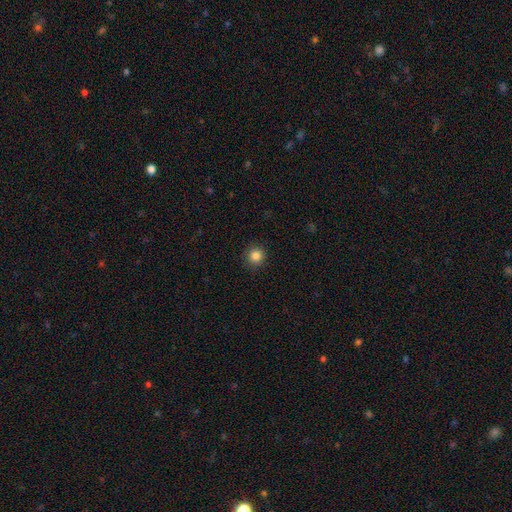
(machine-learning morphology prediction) Smooth or featured: smooth — 85% (star or artifact — 11%)
How rounded: round — 93% (in between — 6%)
Merging: none — 91% (minor disturbance — 6%)